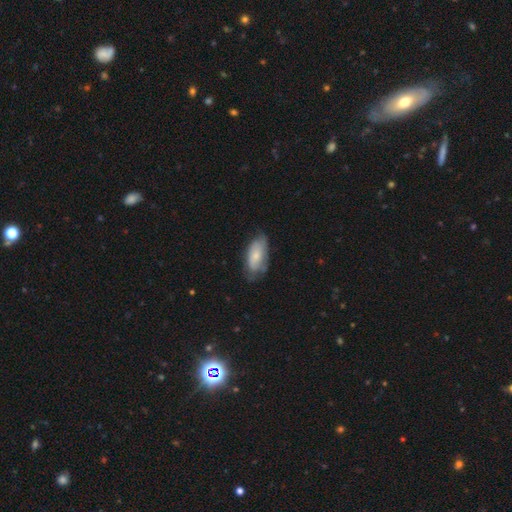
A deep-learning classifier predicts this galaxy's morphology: The model was most divided on "merging": none: 55%, minor disturbance: 33%, major disturbance: 10%, merger: 2%. More confident: how rounded — in between (89%); smooth or featured — smooth (63%).